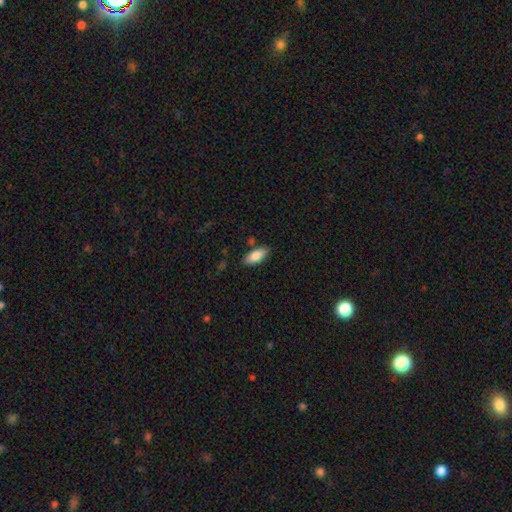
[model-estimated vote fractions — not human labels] Smooth or featured: smooth — 84% (featured or disk — 10%)
How rounded: in between — 81% (cigar-shaped — 17%)
Merging: none — 82% (minor disturbance — 12%)